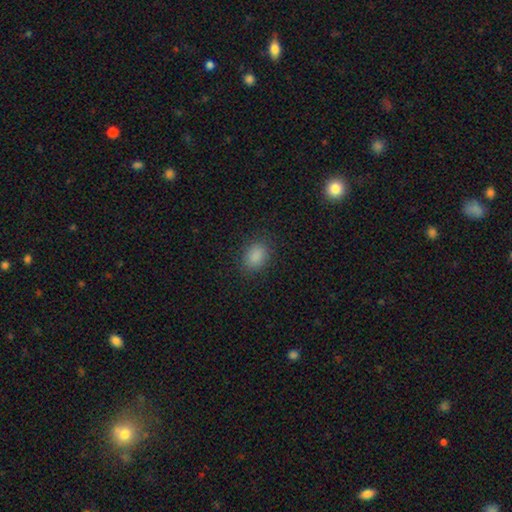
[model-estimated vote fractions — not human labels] This appears to be a smooth galaxy with no disk features (87%) that is in between round and cigar-shaped (70%). Merging: none (86%).